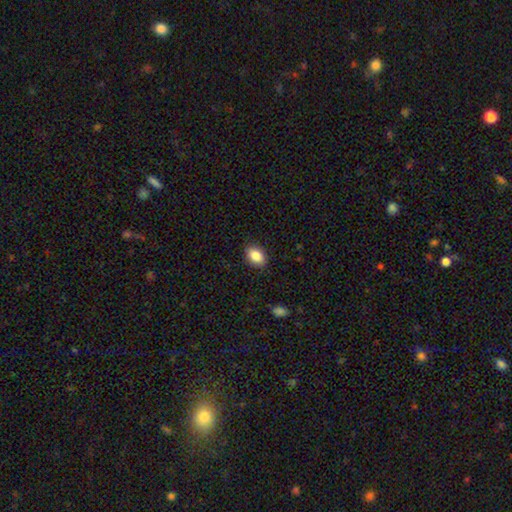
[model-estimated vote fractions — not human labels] A smooth galaxy with no disk features (88%) that is in between round and cigar-shaped (85%). Merging: none (88%).